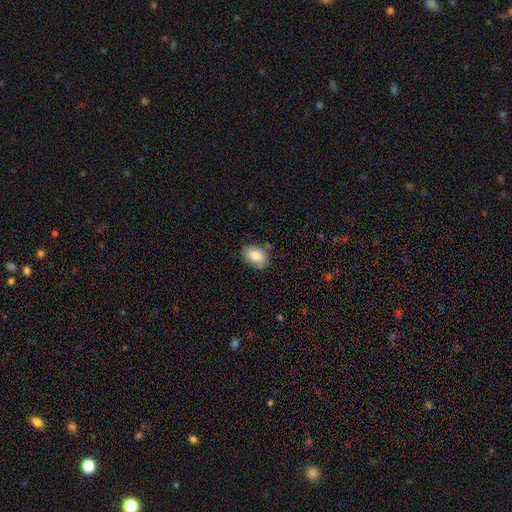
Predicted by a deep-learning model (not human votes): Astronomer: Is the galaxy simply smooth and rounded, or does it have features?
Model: smooth — 79%.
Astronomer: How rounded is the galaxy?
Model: in between — 80%.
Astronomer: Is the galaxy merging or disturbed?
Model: none — 77%.